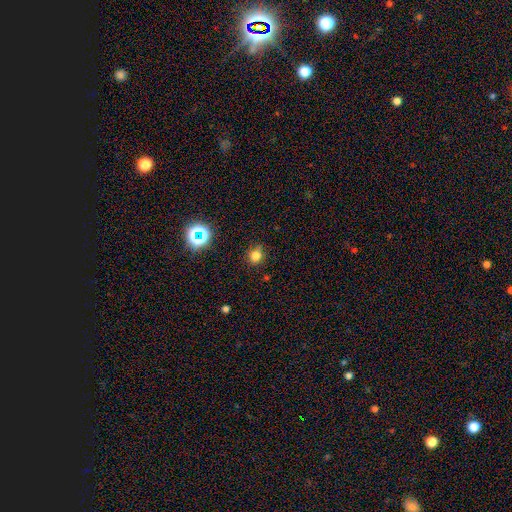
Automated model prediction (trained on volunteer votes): smooth 76%, star or artifact 18%, featured or disk 5%. Down the decision tree: how rounded — round (84%); merging — none (83%).